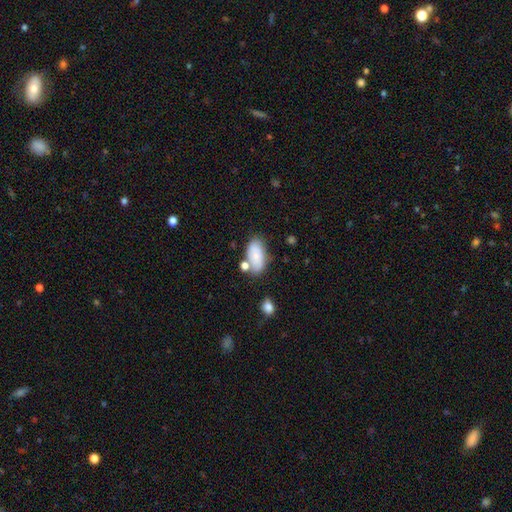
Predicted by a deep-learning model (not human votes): smooth 77%, featured or disk 16%, star or artifact 8%. Down the decision tree: how rounded — in between (93%); merging — none (62%).